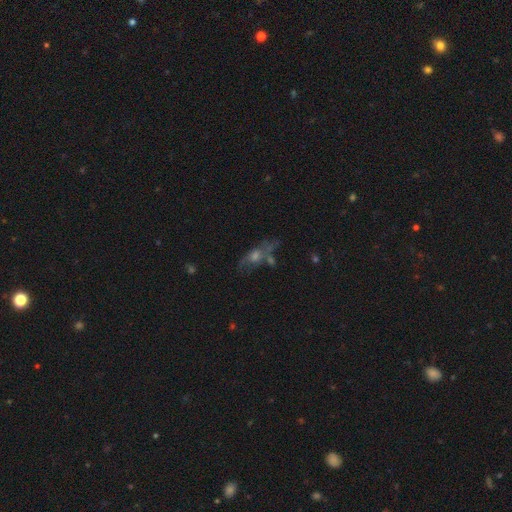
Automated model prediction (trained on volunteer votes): This is possibly a featured or disk galaxy (48%). Merging: possibly none (47%).